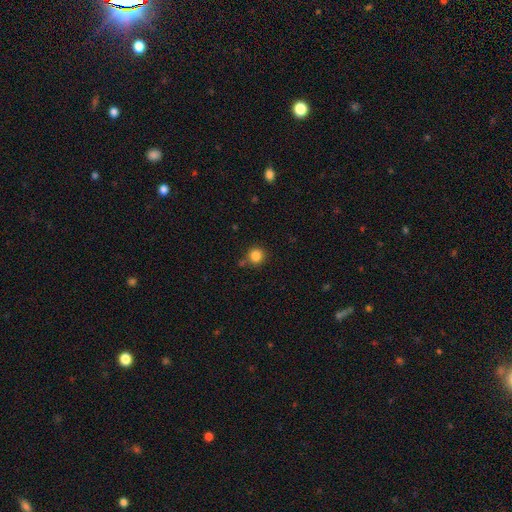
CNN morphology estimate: This is clearly a smooth galaxy (85%). How rounded: clearly round (93%). Merging: likely none (79%).